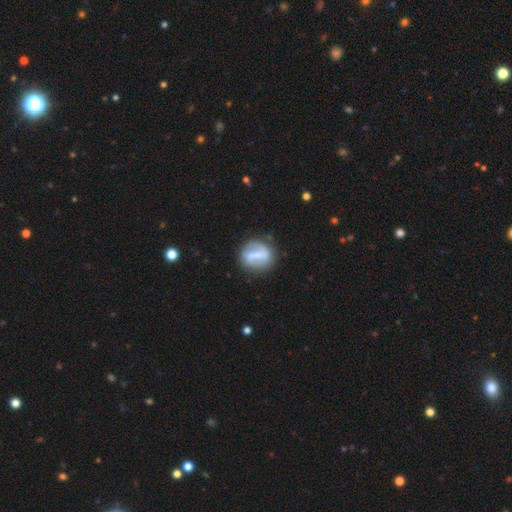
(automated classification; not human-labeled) Smooth or featured?
  - featured or disk: 55% *
  - smooth: 37%
  - star or artifact: 7%
Edge-on disk?
  - no: 93% *
  - yes: 7%
Bar?
  - strong: 63% *
  - weak: 25%
  - no: 12%
Spiral arms?
  - no: 57% *
  - yes: 43%
Bulge size?
  - none: 41% *
  - small: 34%
  - moderate: 19%
  - large: 5%
  - dominant: 2%
Merging?
  - none: 71% *
  - minor disturbance: 17%
  - major disturbance: 8%
  - merger: 4%